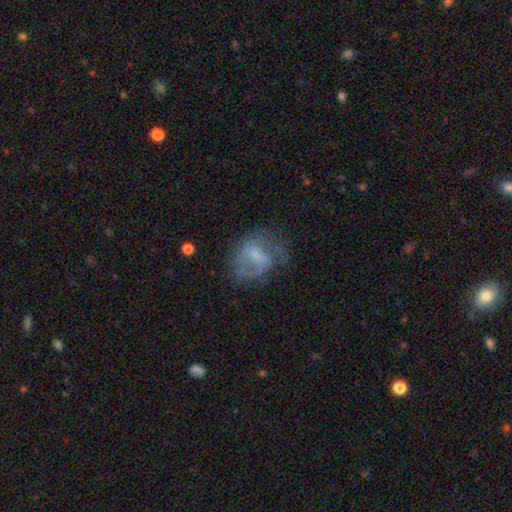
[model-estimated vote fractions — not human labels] featured or disk 52%, smooth 38%, star or artifact 10%. Down the decision tree: edge-on disk — no (96%); merging — none (42%).